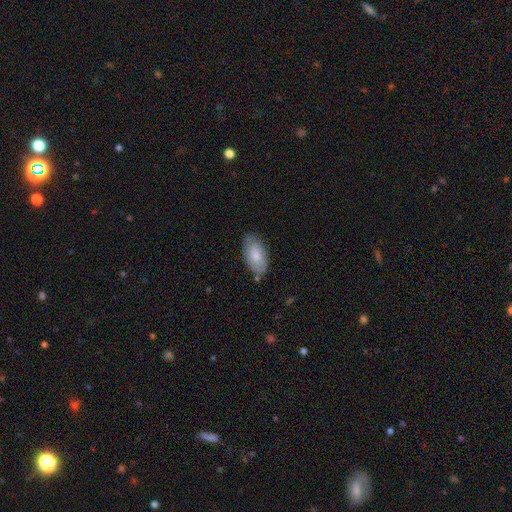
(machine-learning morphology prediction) smooth_or_featured: smooth (p=0.78) [alt: featured or disk p=0.16]
how_rounded: in between (p=0.93) [alt: cigar-shaped p=0.04]
merging: none (p=0.73) [alt: minor disturbance p=0.21]